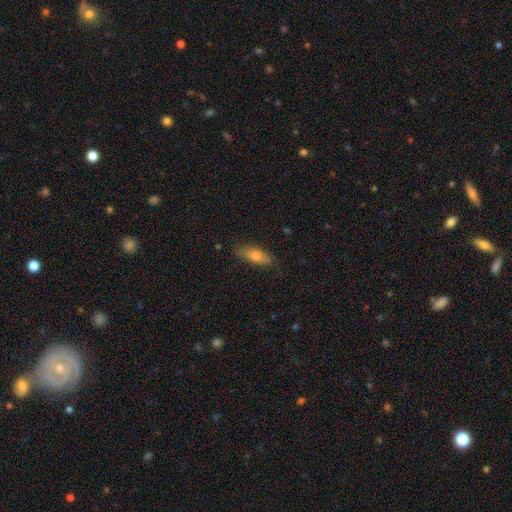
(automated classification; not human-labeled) This is likely a smooth galaxy (69%). How rounded: likely in between (60%). Merging: clearly none (80%).